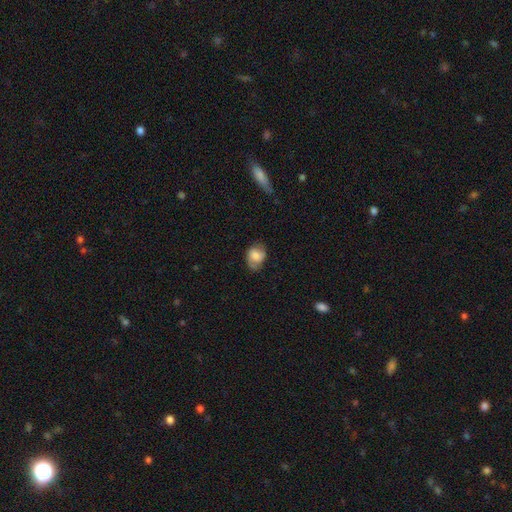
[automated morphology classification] Smooth or featured? smooth (64%)
How rounded? in between (67%)
Merging? none (60%)